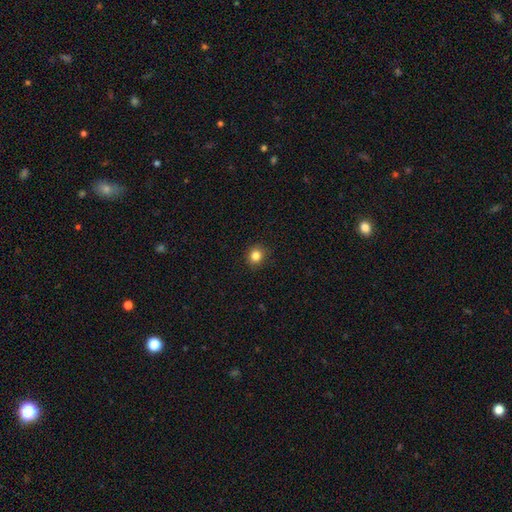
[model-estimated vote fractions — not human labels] Overall: smooth (83%). How rounded: round (83%). Merging: none (89%).